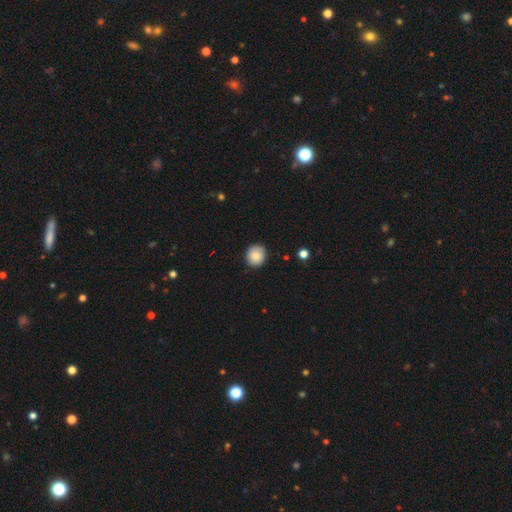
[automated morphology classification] smooth 84%, star or artifact 8%, featured or disk 8%. Down the decision tree: how rounded — round (85%); merging — none (88%).